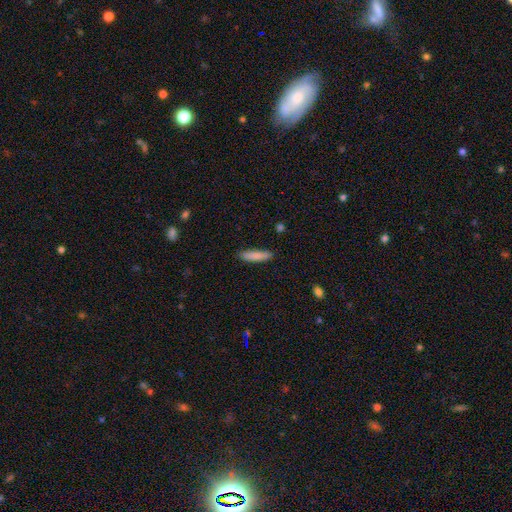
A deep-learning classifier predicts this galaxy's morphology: A smooth galaxy with no disk features (85%) that is cigar-shaped (77%). Merging: none (86%).